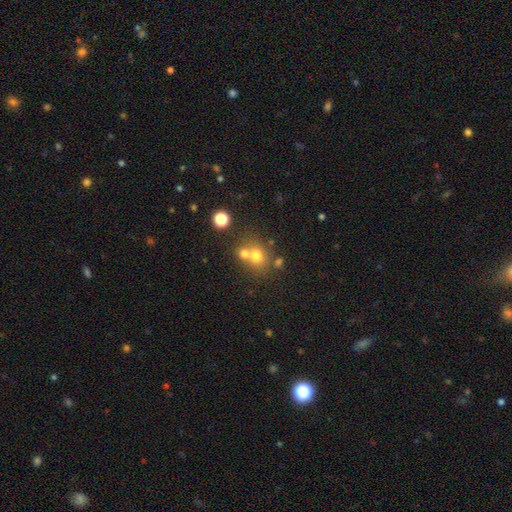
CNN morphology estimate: Q: Smooth or featured?
A: smooth (71%); runner-up: star or artifact (15%)
Q: How rounded?
A: round (73%); runner-up: in between (26%)
Q: Merging?
A: merger (44%); tied with: none (44%)